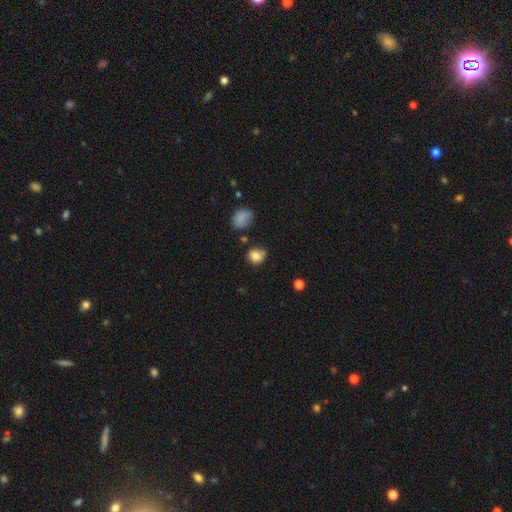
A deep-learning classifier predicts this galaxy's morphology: The model was most divided on "merging": none: 67%, minor disturbance: 23%, major disturbance: 6%, merger: 5%. More confident: smooth or featured — smooth (82%); how rounded — round (78%).